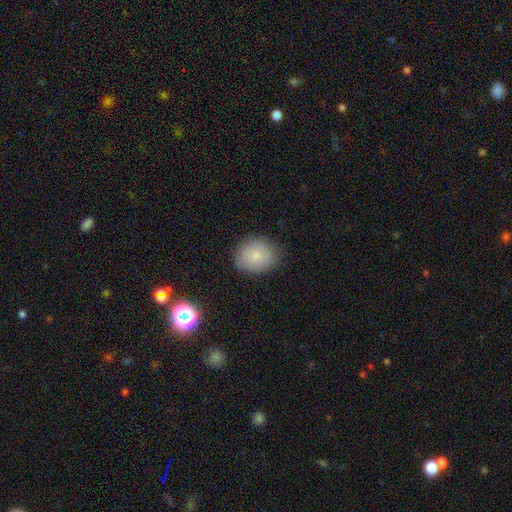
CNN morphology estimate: A smooth galaxy with no disk features (83%) that is round (56%).

Vote fractions:
- Smooth or featured? smooth: 83% / star or artifact: 9% / featured or disk: 8%
- How rounded? round: 56% / in between: 43% / cigar-shaped: 1%
- Merging? none: 83% / minor disturbance: 13% / major disturbance: 3% / merger: 1%